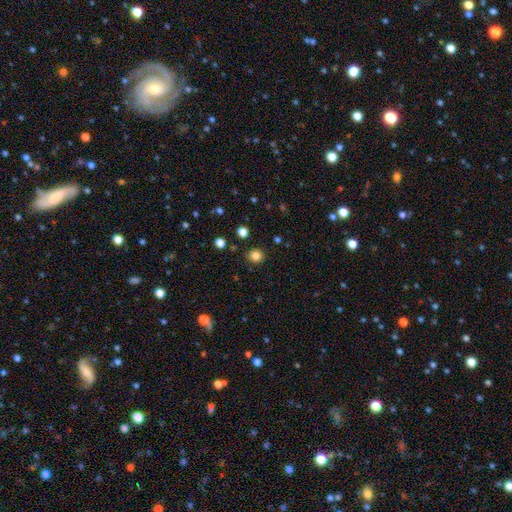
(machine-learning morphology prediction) type=smooth (83%); roundness=round (90%); merging=none (90%).